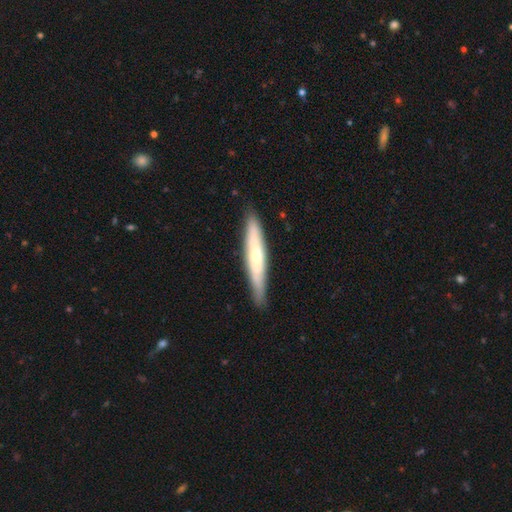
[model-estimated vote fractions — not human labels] This is possibly a featured or disk galaxy (50%). It is clearly viewed edge-on (83%). Merging: clearly none (86%).